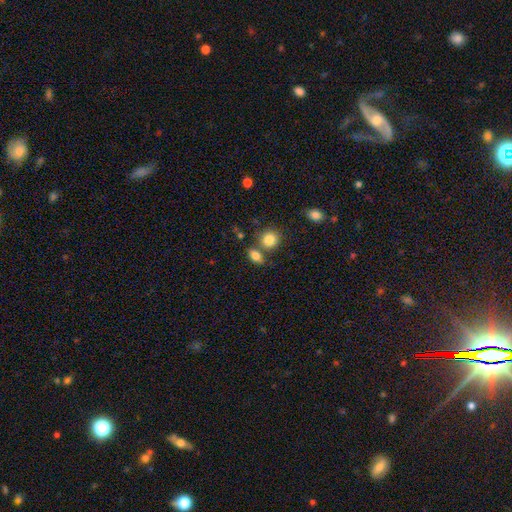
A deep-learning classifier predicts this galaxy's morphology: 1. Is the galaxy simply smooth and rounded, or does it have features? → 82% smooth, 10% star or artifact, 9% featured or disk.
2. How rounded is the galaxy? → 72% in between, 23% round, 5% cigar-shaped.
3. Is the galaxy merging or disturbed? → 59% none, 24% merger, 13% minor disturbance, 4% major disturbance.